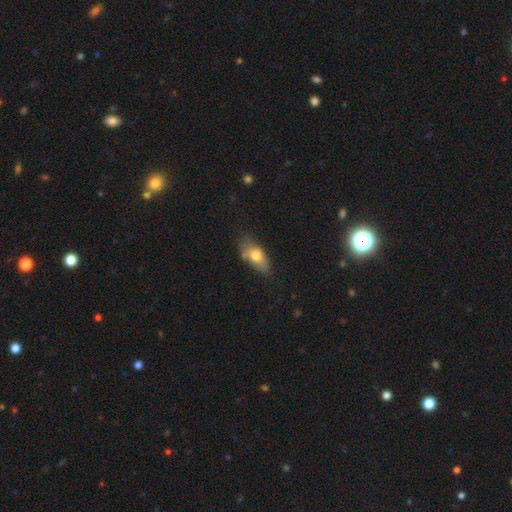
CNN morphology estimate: Q: Smooth or featured?
A: smooth (70%); runner-up: featured or disk (22%)
Q: How rounded?
A: in between (85%); runner-up: cigar-shaped (9%)
Q: Merging?
A: none (56%); runner-up: minor disturbance (29%)